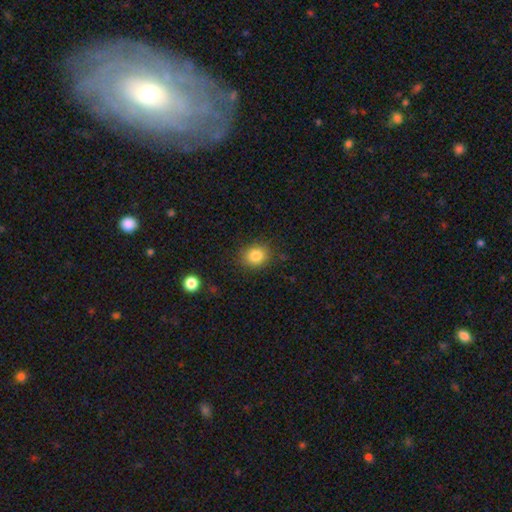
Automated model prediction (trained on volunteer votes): This is clearly a smooth galaxy (84%). How rounded: likely round (64%). Merging: clearly none (85%).